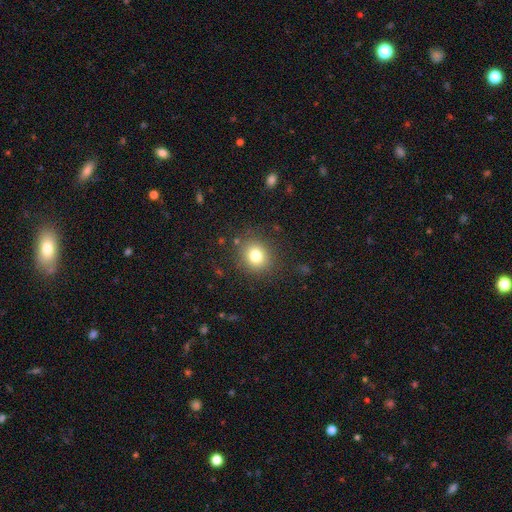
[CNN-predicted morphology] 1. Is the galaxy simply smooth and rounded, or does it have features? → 79% smooth, 13% star or artifact, 8% featured or disk.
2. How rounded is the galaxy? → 81% round, 19% in between, 1% cigar-shaped.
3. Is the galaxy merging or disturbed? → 86% none, 9% minor disturbance, 4% major disturbance, 1% merger.